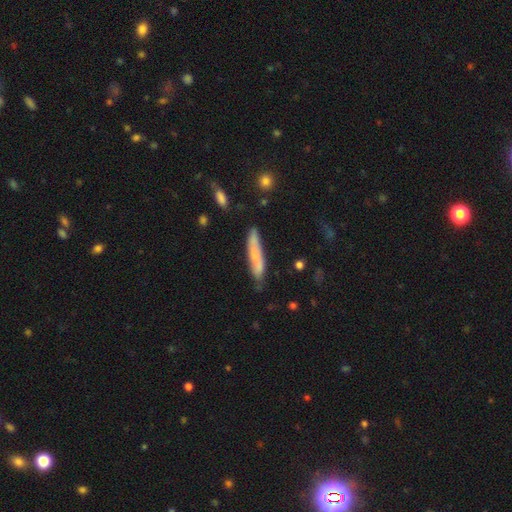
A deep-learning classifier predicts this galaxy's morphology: smooth 61%, featured or disk 32%, star or artifact 6%. Down the decision tree: how rounded — cigar-shaped (87%); merging — none (72%).